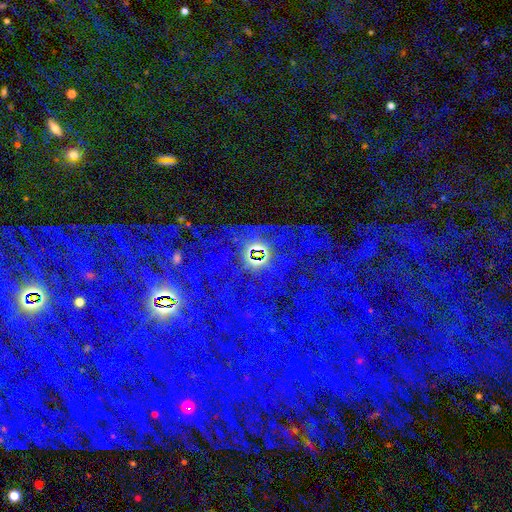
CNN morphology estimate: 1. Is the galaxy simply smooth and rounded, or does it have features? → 78% star or artifact, 11% featured or disk, 11% smooth.